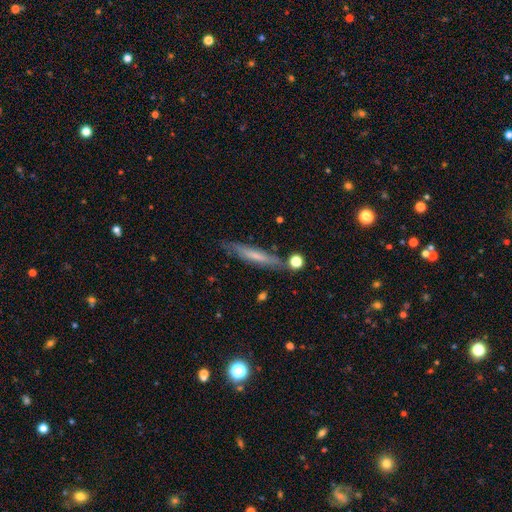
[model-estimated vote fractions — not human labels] smooth 50%, featured or disk 42%, star or artifact 8%. Down the decision tree: how rounded — cigar-shaped (91%); merging — none (76%).